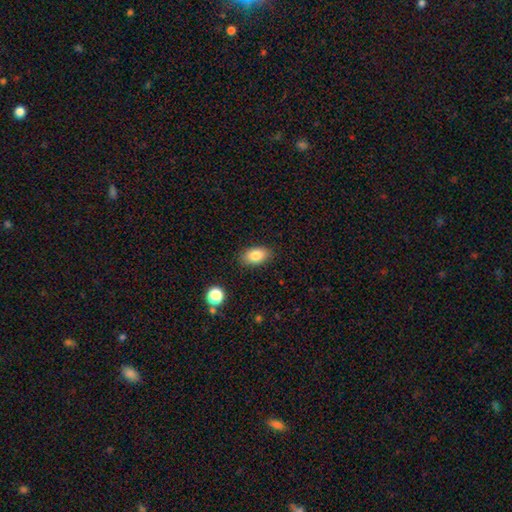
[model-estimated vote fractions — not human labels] Smooth or featured? smooth (83%)
How rounded? in between (90%)
Merging? none (86%)